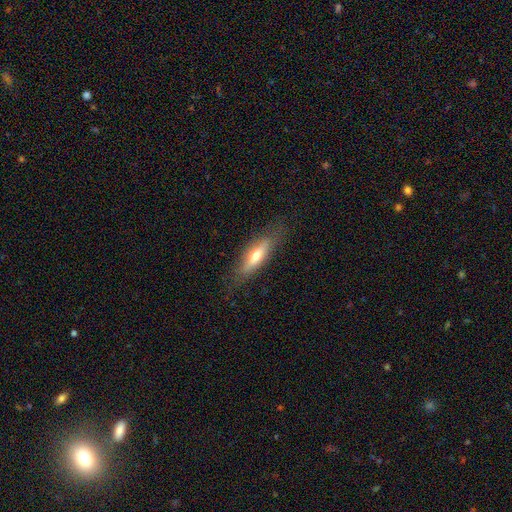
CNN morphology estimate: This appears to be a smooth galaxy with no disk features (48%). Merging: none (81%).